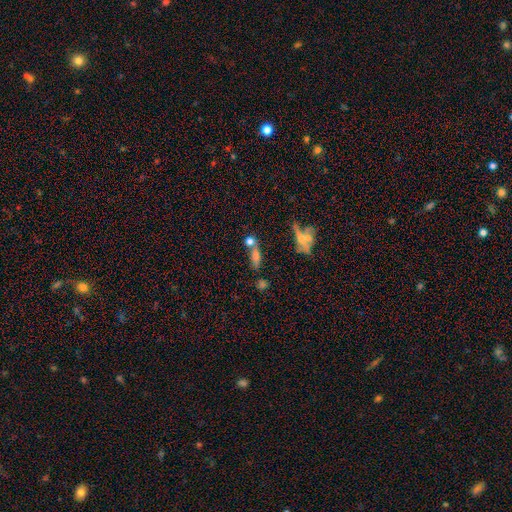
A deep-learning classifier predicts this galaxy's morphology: Smooth or featured?
  - smooth: 58% *
  - featured or disk: 27%
  - star or artifact: 16%
How rounded?
  - in between: 50% *
  - cigar-shaped: 40%
  - round: 10%
Merging?
  - none: 44% *
  - merger: 36%
  - minor disturbance: 13%
  - major disturbance: 7%